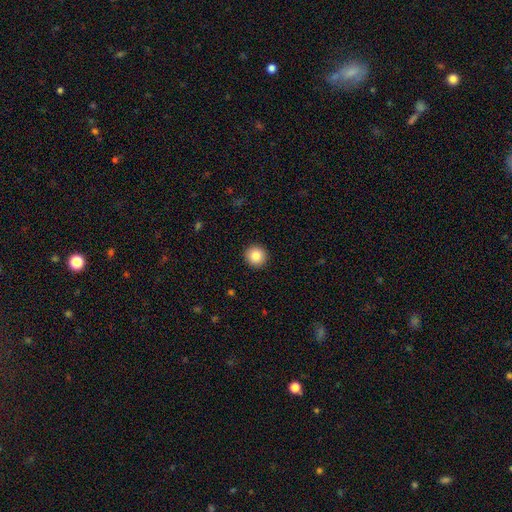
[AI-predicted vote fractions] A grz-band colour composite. It shows a smooth galaxy with no disk features (85%) that is round (94%). Merging: none (93%).